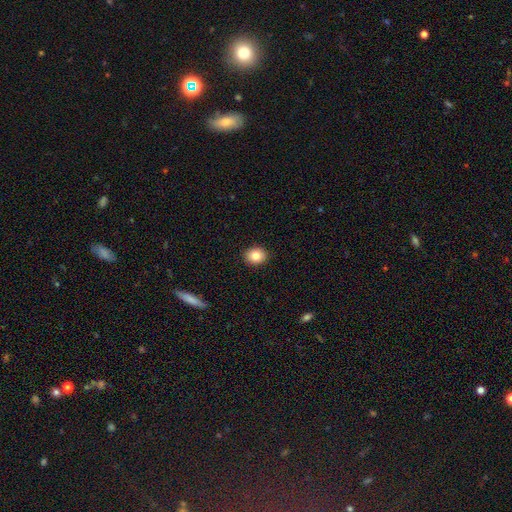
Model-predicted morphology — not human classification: type=smooth (83%); roundness=round (65%); merging=none (91%).